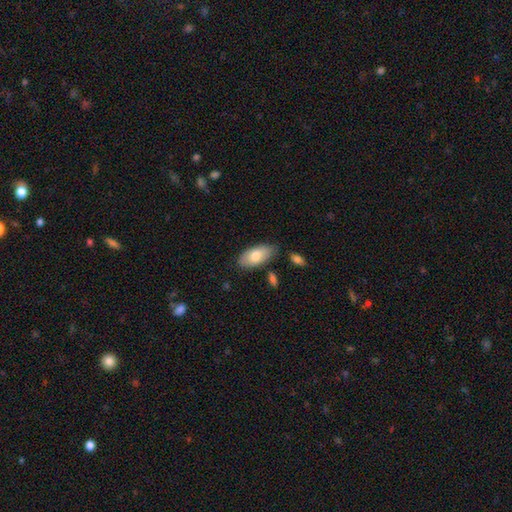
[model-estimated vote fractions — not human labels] smooth-or-featured: smooth: 77% | featured or disk: 17% | star or artifact: 6%
  how-rounded: in between: 93% | cigar-shaped: 4% | round: 2%
  merging: none: 78% | minor disturbance: 15% | merger: 4% | major disturbance: 3%